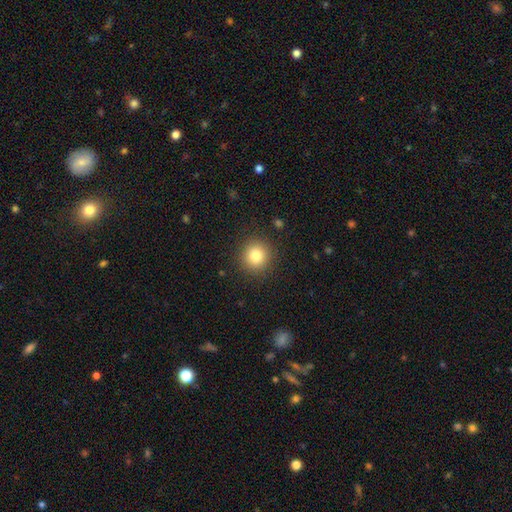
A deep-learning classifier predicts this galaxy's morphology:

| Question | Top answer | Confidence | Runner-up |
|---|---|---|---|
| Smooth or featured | smooth | 82% | star or artifact (11%) |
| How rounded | round | 93% | in between (6%) |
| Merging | none | 90% | minor disturbance (6%) |